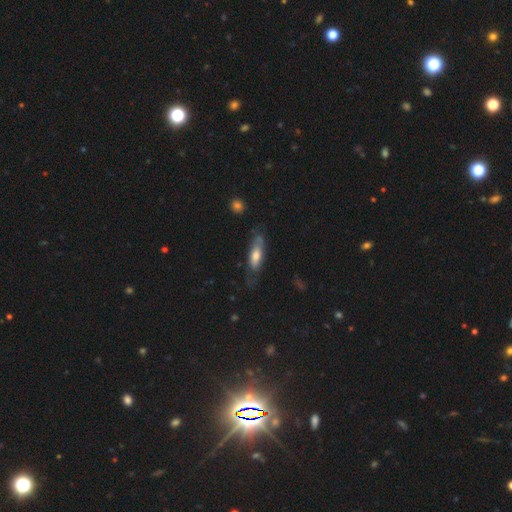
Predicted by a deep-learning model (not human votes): A smooth galaxy with no disk features (58%) that is in between round and cigar-shaped (51%).

Vote fractions:
- Smooth or featured? smooth: 58% / featured or disk: 37% / star or artifact: 6%
- How rounded? in between: 51% / cigar-shaped: 47% / round: 2%
- Merging? none: 56% / minor disturbance: 27% / major disturbance: 14% / merger: 2%